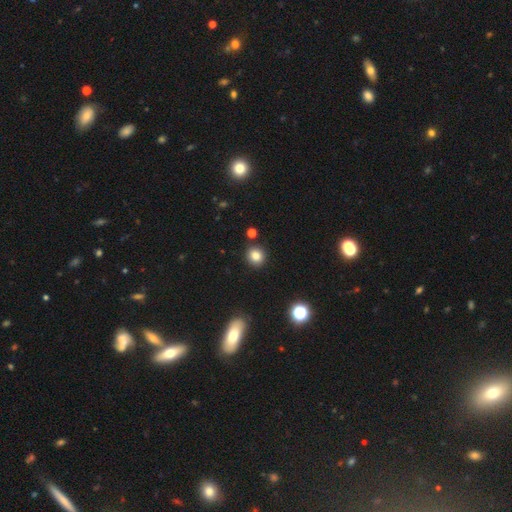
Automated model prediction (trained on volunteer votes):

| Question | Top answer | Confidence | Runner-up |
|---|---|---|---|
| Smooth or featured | smooth | 82% | star or artifact (12%) |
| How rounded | round | 88% | in between (11%) |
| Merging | none | 89% | minor disturbance (6%) |